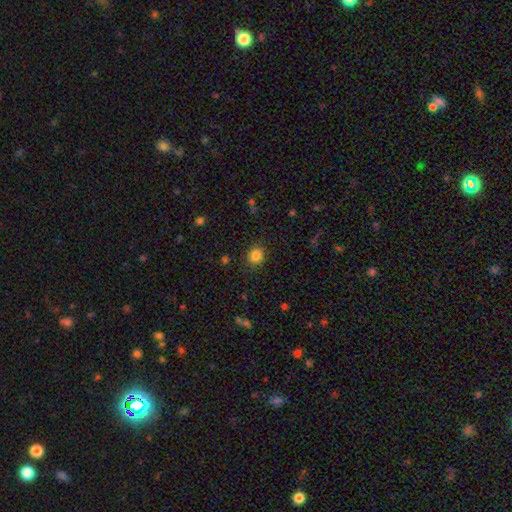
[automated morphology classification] type=smooth (84%); roundness=round (77%); merging=none (86%).